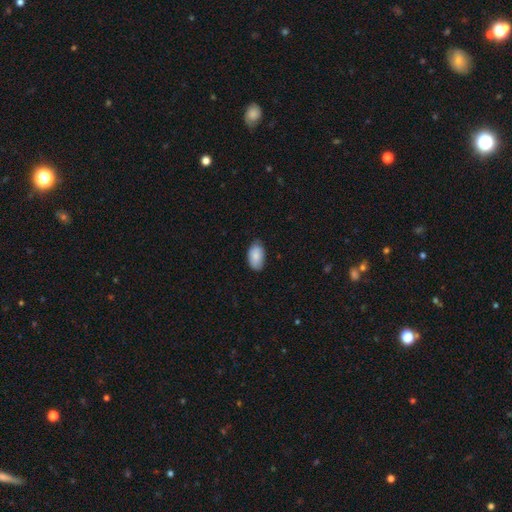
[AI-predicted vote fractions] Smooth or featured: smooth — 85% (featured or disk — 8%)
How rounded: in between — 94% (round — 4%)
Merging: none — 75% (minor disturbance — 21%)